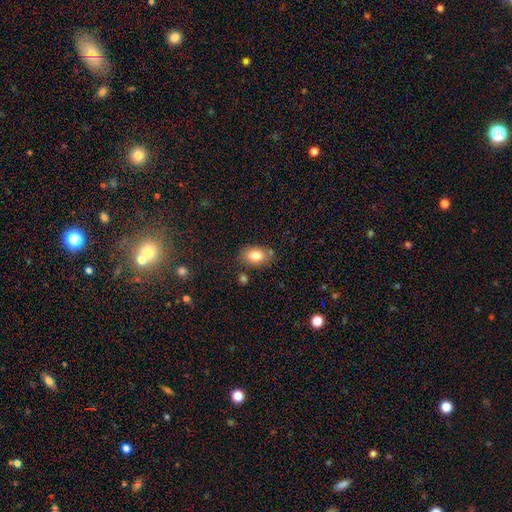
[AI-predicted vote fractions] Morphology: type=smooth (81%); roundness=in between (84%); merging=none (75%).